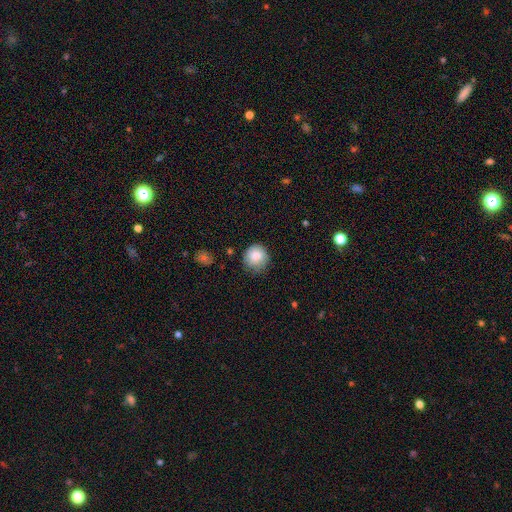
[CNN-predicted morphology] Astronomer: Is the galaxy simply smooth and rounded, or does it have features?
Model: smooth — 85%.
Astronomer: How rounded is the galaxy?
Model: round — 91%.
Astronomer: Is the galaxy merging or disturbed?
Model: none — 75%.